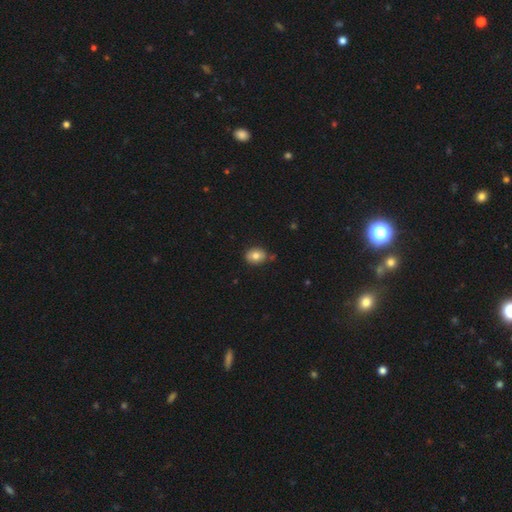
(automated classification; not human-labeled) Q: Smooth or featured?
A: smooth (78%); runner-up: featured or disk (13%)
Q: How rounded?
A: in between (52%); runner-up: round (46%)
Q: Merging?
A: none (75%); runner-up: minor disturbance (18%)